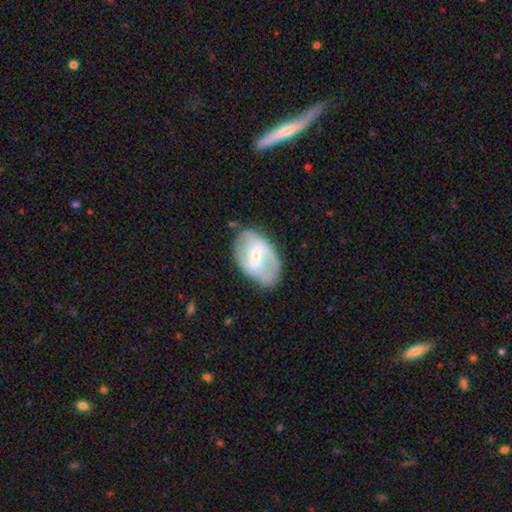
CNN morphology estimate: smooth_or_featured: featured or disk (p=0.73) [alt: smooth p=0.21]
disk_edge_on: no (p=0.96) [alt: yes p=0.04]
bar: weak (p=0.49) [alt: strong p=0.33]
has_spiral_arms: yes (p=0.83) [alt: no p=0.17]
spiral_winding: medium (p=0.44) [alt: loose p=0.34]
spiral_arm_count: 2 (p=0.75) [alt: can't tell p=0.15]
bulge_size: small (p=0.61) [alt: moderate p=0.32]
merging: none (p=0.69) [alt: minor disturbance p=0.21]